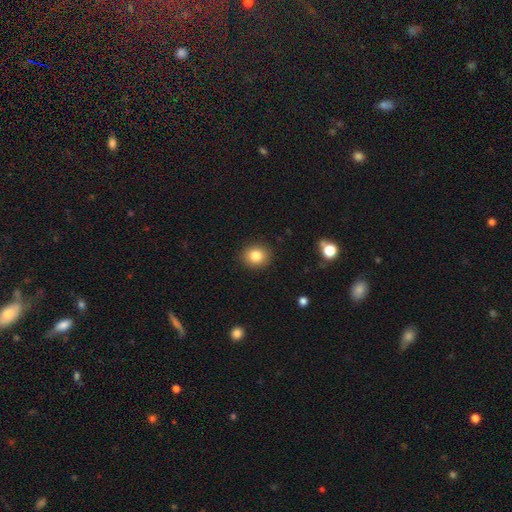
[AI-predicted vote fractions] Smooth or featured? Predicted: smooth (p=0.83). How rounded? Predicted: round (p=0.75). Merging? Predicted: none (p=0.90).